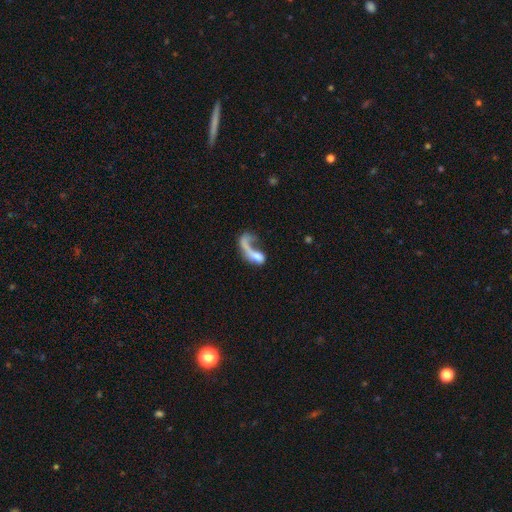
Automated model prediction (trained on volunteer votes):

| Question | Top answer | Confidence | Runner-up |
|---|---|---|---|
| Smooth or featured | featured or disk | 49% | smooth (42%) |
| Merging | major disturbance | 52% | merger (19%) |